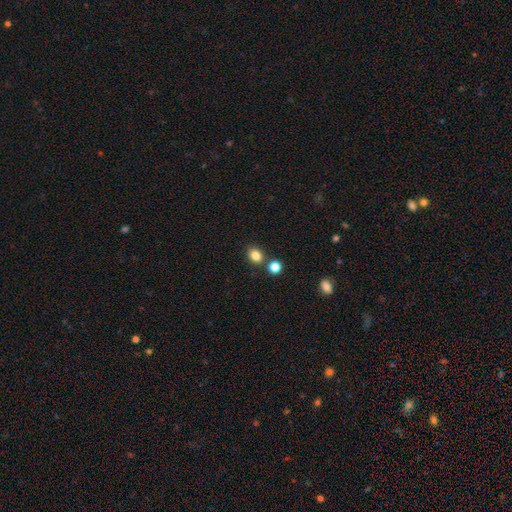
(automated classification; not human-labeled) Smooth or featured?
  - smooth: 83% *
  - star or artifact: 12%
  - featured or disk: 5%
How rounded?
  - in between: 50% *
  - round: 49%
  - cigar-shaped: 1%
Merging?
  - none: 75% *
  - merger: 13%
  - minor disturbance: 9%
  - major disturbance: 3%